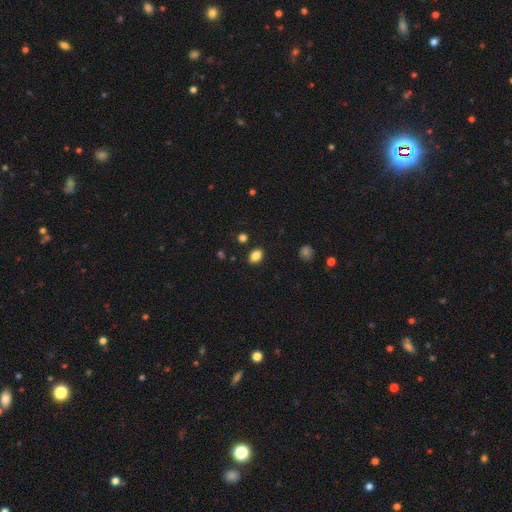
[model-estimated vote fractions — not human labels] smooth-or-featured: smooth: 85% | star or artifact: 10% | featured or disk: 5%
  how-rounded: in between: 77% | round: 22% | cigar-shaped: 1%
  merging: none: 87% | minor disturbance: 9% | major disturbance: 2% | merger: 2%